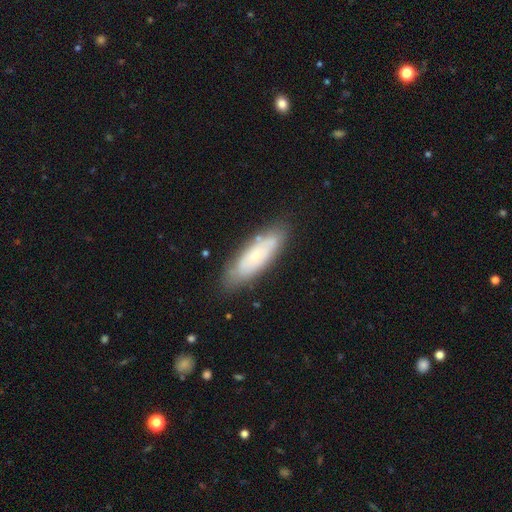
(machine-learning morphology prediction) A featured or disk galaxy (50%).

Vote fractions:
- Smooth or featured? featured or disk: 50% / smooth: 43% / star or artifact: 7%
- Merging? none: 78% / minor disturbance: 16% / major disturbance: 4% / merger: 3%